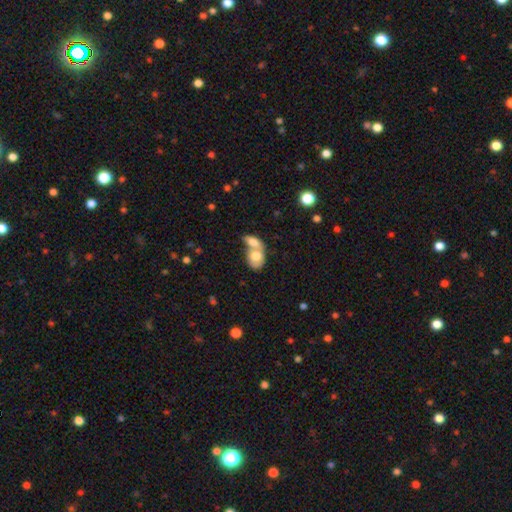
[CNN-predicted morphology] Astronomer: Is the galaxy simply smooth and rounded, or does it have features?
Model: smooth — 70%.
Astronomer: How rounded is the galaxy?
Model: in between — 74%.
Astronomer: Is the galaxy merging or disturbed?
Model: merger — 75%.